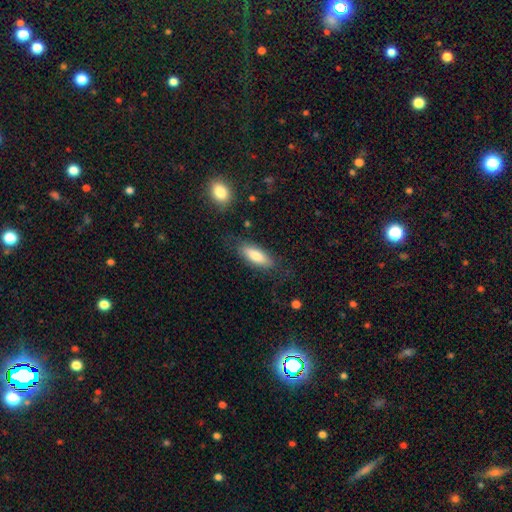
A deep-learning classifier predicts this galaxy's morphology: smooth-or-featured: smooth: 78% | featured or disk: 16% | star or artifact: 6%
  how-rounded: in between: 68% | cigar-shaped: 30% | round: 2%
  merging: none: 78% | minor disturbance: 15% | major disturbance: 5% | merger: 2%